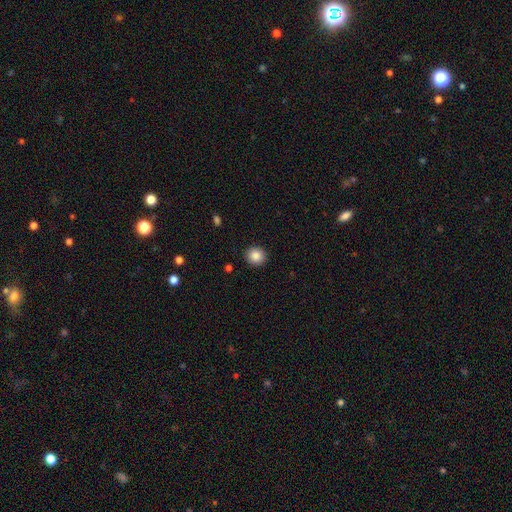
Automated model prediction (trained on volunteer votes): Smooth or featured?
  - smooth: 86% *
  - star or artifact: 9%
  - featured or disk: 5%
How rounded?
  - round: 89% *
  - in between: 10%
  - cigar-shaped: 1%
Merging?
  - none: 92% *
  - minor disturbance: 6%
  - major disturbance: 2%
  - merger: 1%